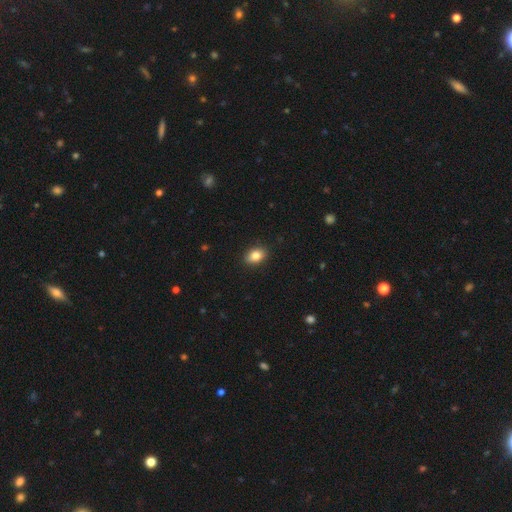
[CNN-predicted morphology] smooth 84%, star or artifact 9%, featured or disk 7%. Down the decision tree: how rounded — in between (78%); merging — none (89%).